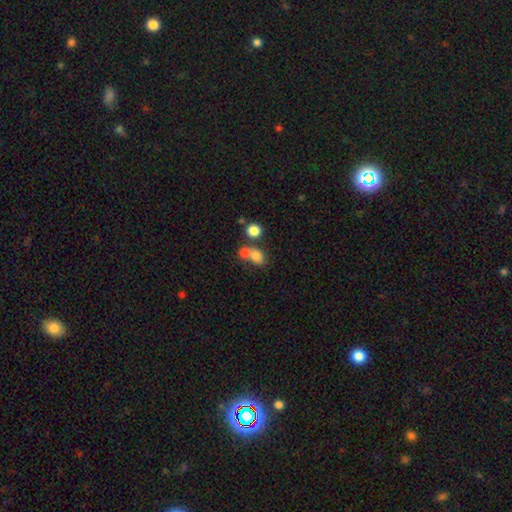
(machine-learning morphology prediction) smooth 76%, star or artifact 13%, featured or disk 11%. Down the decision tree: how rounded — round (55%); merging — merger (48%).